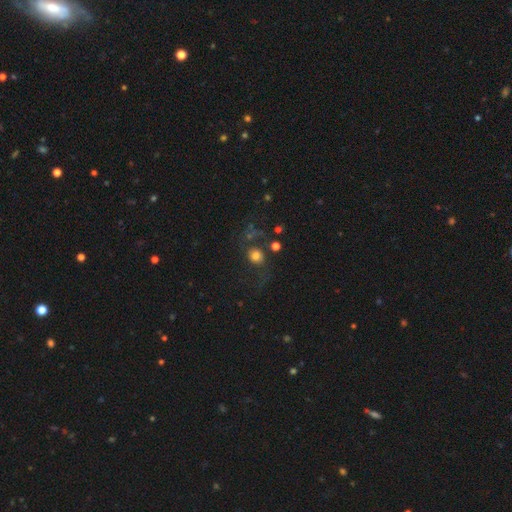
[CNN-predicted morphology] type=smooth (62%); roundness=round (80%); merging=none (55%).